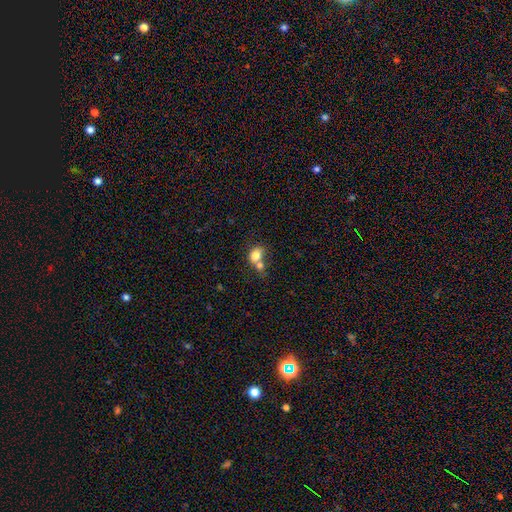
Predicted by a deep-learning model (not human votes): A smooth galaxy with no disk features (77%) that is in between round and cigar-shaped (57%).

Vote fractions:
- Smooth or featured? smooth: 77% / featured or disk: 13% / star or artifact: 10%
- How rounded? in between: 57% / round: 42% / cigar-shaped: 1%
- Merging? merger: 57% / none: 29% / minor disturbance: 9% / major disturbance: 5%